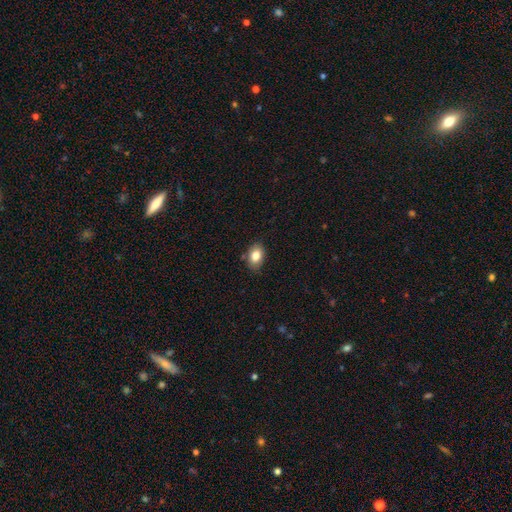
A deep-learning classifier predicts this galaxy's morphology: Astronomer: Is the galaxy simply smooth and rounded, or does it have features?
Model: smooth — 82%.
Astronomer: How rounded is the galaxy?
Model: in between — 80%.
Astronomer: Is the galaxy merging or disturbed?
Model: none — 81%.